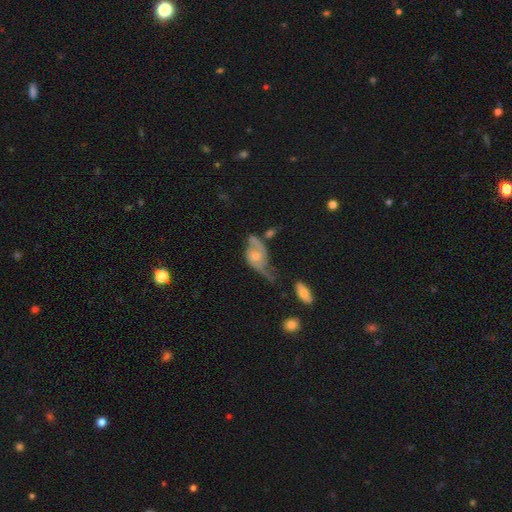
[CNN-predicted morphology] Smooth or featured: featured or disk — 74% (smooth — 18%)
Edge-on disk: no — 94% (yes — 6%)
Bar: no — 68% (weak — 27%)
Spiral arms: yes — 85% (no — 15%)
Spiral winding: loose — 45% (medium — 38%)
Spiral arm count: 2 — 78% (can't tell — 11%)
Bulge size: moderate — 48% (small — 41%)
Merging: none — 35% (minor disturbance — 28%)